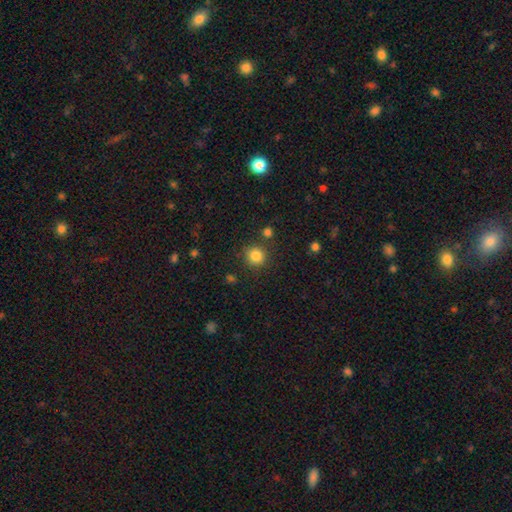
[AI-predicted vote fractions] smooth-or-featured: smooth: 84% | star or artifact: 12% | featured or disk: 5%
  how-rounded: round: 92% | in between: 7% | cigar-shaped: 1%
  merging: none: 85% | minor disturbance: 8% | merger: 5% | major disturbance: 3%